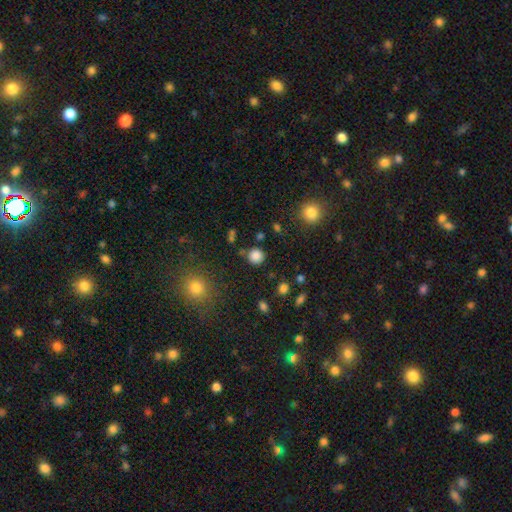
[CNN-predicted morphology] Overall: smooth (83%). How rounded: round (92%). Merging: none (84%).